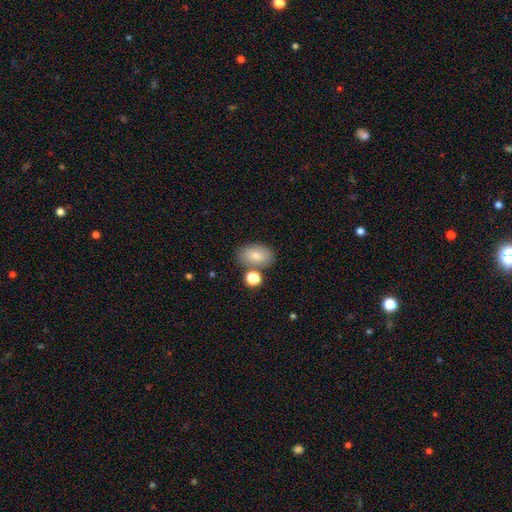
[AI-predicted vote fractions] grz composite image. It shows a smooth galaxy with no disk features (81%) that is in between round and cigar-shaped (89%). Merging: none (71%).